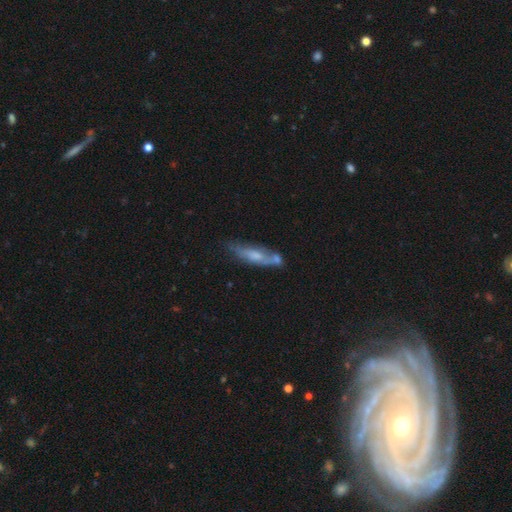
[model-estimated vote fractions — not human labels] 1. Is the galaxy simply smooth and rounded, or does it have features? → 47% featured or disk, 46% smooth, 7% star or artifact.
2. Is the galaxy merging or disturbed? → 48% none, 23% minor disturbance, 21% merger, 9% major disturbance.